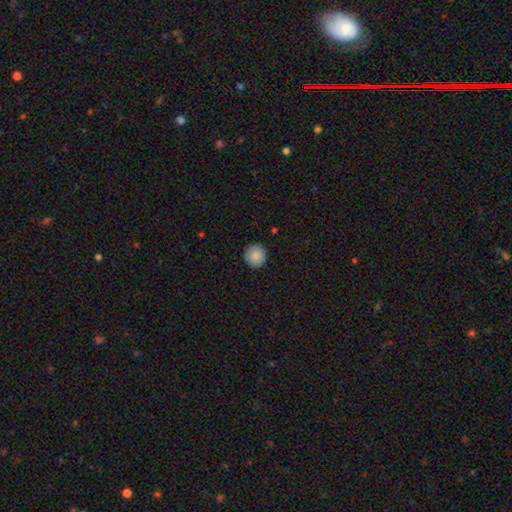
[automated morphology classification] type=smooth (87%); roundness=round (93%); merging=none (90%).